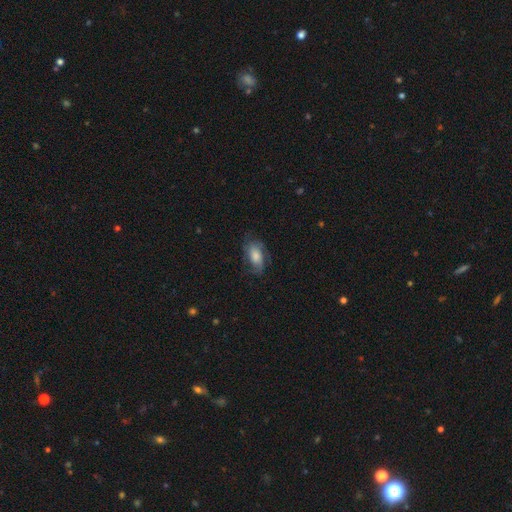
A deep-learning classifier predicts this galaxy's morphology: smooth_or_featured: smooth (p=0.48) [alt: featured or disk p=0.44]
merging: none (p=0.63) [alt: minor disturbance p=0.23]